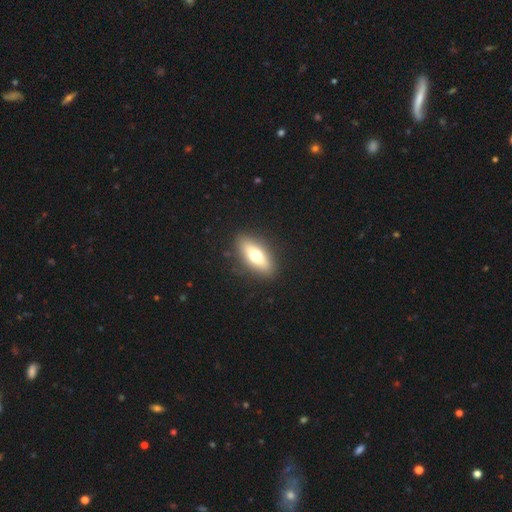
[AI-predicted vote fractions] Smooth or featured? Predicted: smooth (p=0.63). How rounded? Predicted: in between (p=0.71). Merging? Predicted: none (p=0.88).